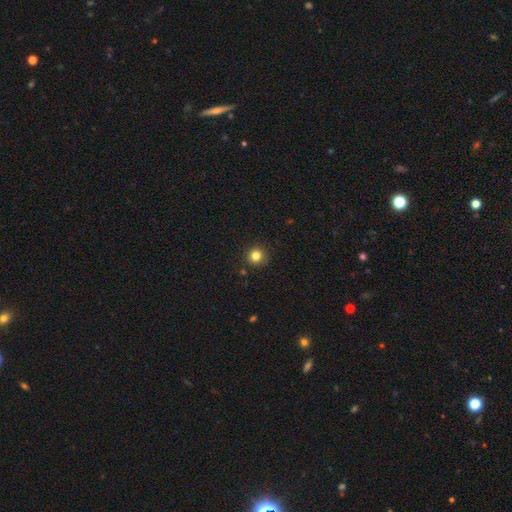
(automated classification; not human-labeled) Overall: smooth (82%). How rounded: round (93%). Merging: none (90%).